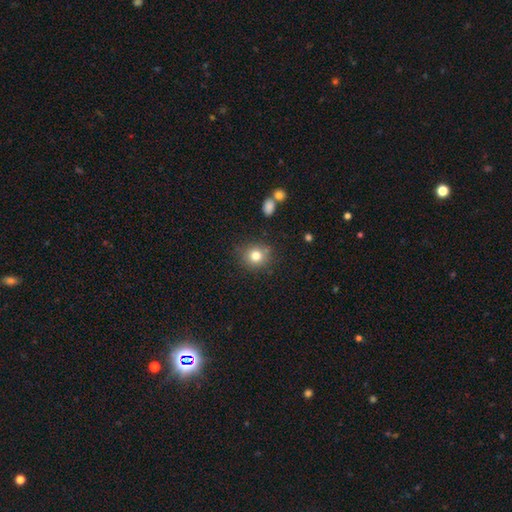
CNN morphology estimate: Smooth or featured? Predicted: smooth (p=0.80). How rounded? Predicted: round (p=0.86). Merging? Predicted: none (p=0.85).